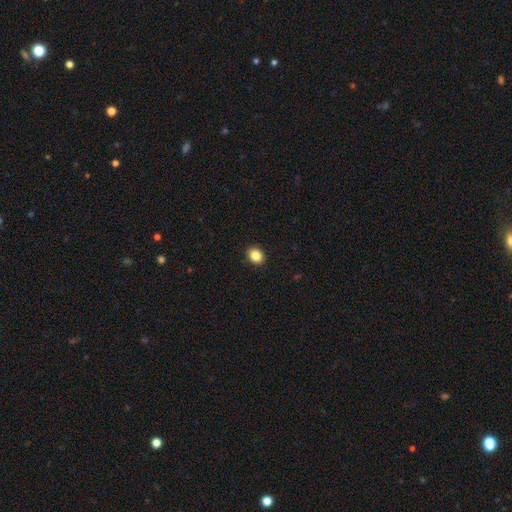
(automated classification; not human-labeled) A smooth galaxy with no disk features (86%) that is round (58%). Merging: none (92%).